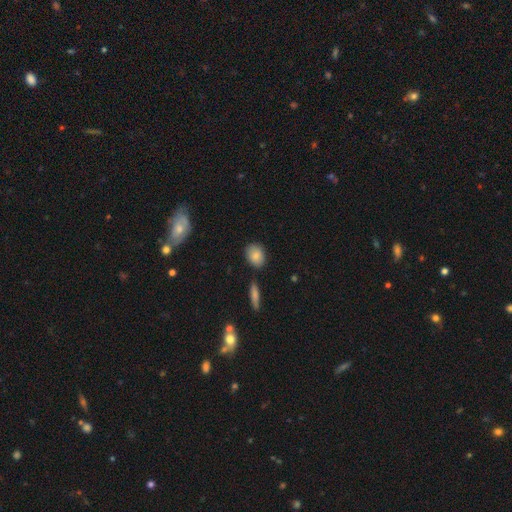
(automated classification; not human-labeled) Smooth or featured?
  - smooth: 83% *
  - featured or disk: 9%
  - star or artifact: 8%
How rounded?
  - in between: 66% *
  - round: 32%
  - cigar-shaped: 2%
Merging?
  - none: 79% *
  - minor disturbance: 13%
  - merger: 5%
  - major disturbance: 3%